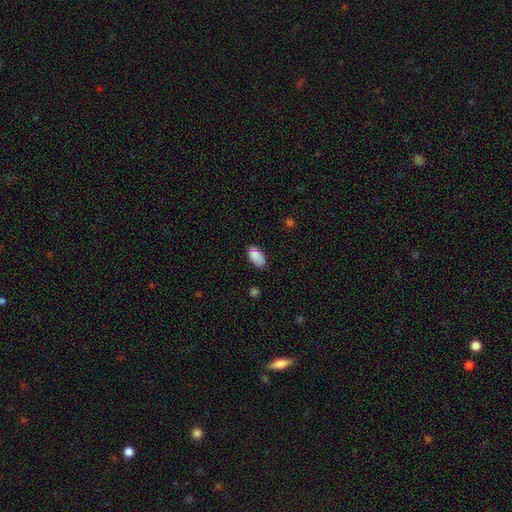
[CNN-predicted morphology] smooth 87%, star or artifact 7%, featured or disk 6%. Down the decision tree: how rounded — in between (94%); merging — none (75%).